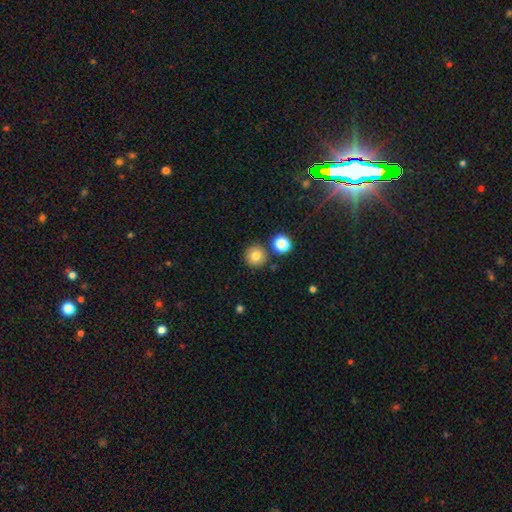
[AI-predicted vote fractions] Overall: smooth (80%). How rounded: round (95%). Merging: none (83%).